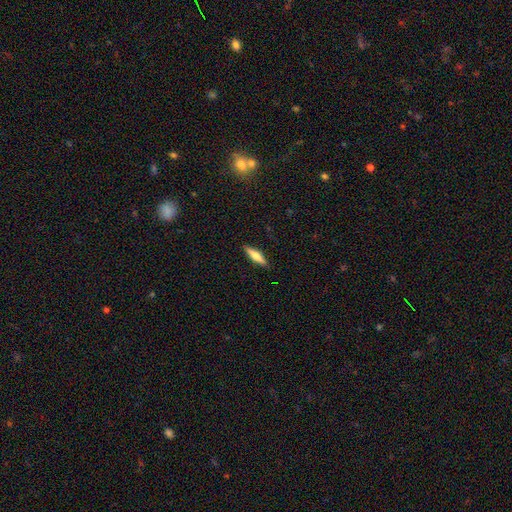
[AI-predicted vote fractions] Morphology: type=smooth (64%); roundness=cigar-shaped (73%); merging=none (89%).